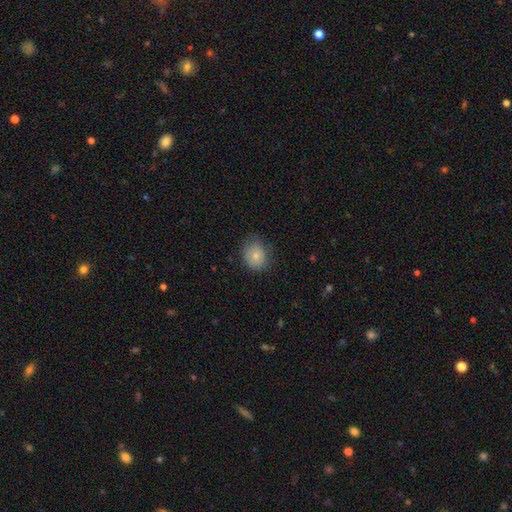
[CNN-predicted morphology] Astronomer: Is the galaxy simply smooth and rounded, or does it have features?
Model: smooth — 76%.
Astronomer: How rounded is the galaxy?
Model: round — 67%.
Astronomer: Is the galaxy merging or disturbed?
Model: none — 69%.